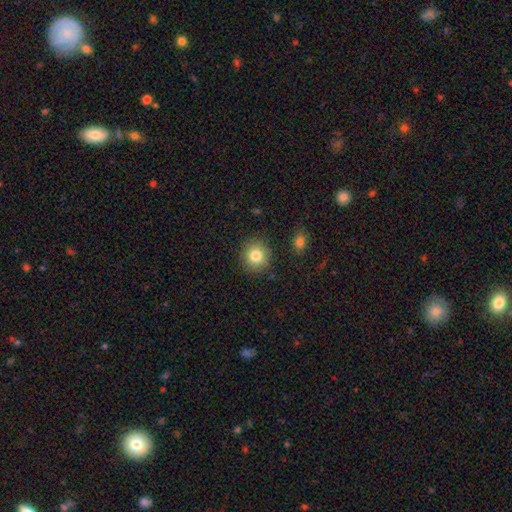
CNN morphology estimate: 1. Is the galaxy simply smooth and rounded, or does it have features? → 81% smooth, 10% star or artifact, 8% featured or disk.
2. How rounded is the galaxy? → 90% round, 9% in between, 1% cigar-shaped.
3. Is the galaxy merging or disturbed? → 89% none, 7% minor disturbance, 2% major disturbance, 2% merger.